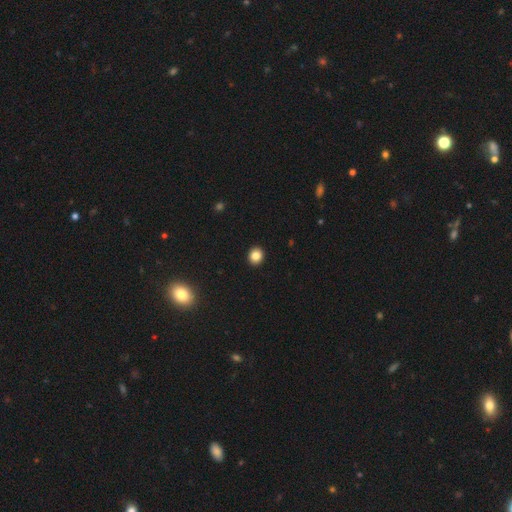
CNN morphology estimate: This is clearly a smooth galaxy (84%). How rounded: likely round (78%). Merging: clearly none (93%).